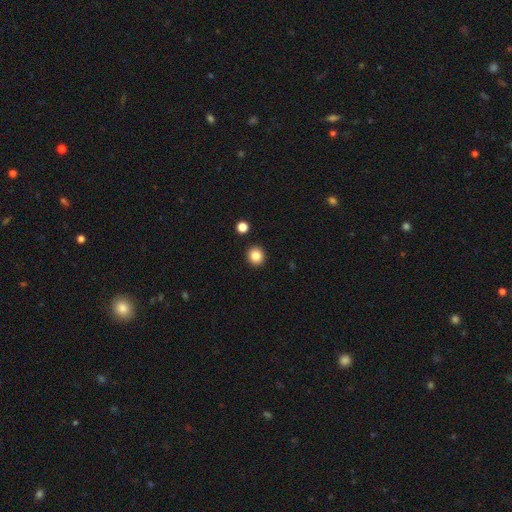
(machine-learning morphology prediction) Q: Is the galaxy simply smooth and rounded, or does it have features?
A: smooth — 85%.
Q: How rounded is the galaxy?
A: round — 86%.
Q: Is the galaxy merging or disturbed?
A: none — 91%.